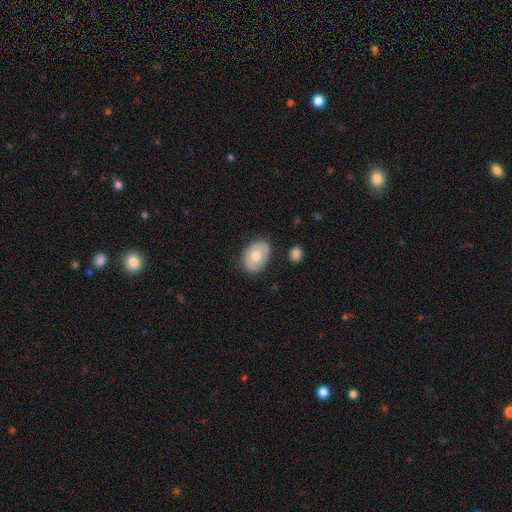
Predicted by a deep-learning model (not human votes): smooth-or-featured: smooth: 67% | featured or disk: 27% | star or artifact: 7%
  how-rounded: in between: 79% | round: 20% | cigar-shaped: 1%
  merging: none: 78% | minor disturbance: 16% | major disturbance: 4% | merger: 2%